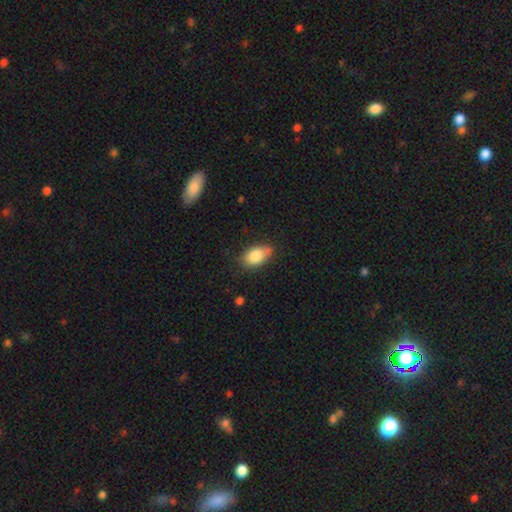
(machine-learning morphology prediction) A smooth galaxy with no disk features (84%) that is in between round and cigar-shaped (90%).

Vote fractions:
- Smooth or featured? smooth: 84% / featured or disk: 9% / star or artifact: 7%
- How rounded? in between: 90% / round: 7% / cigar-shaped: 3%
- Merging? none: 70% / minor disturbance: 24% / major disturbance: 5% / merger: 2%